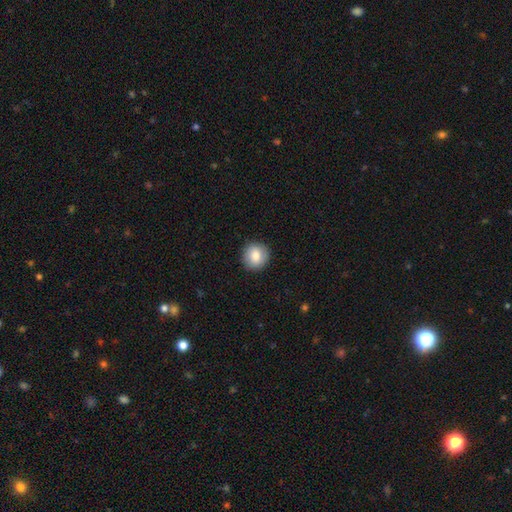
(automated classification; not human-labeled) smooth_or_featured: smooth (p=0.80) [alt: featured or disk p=0.12]
how_rounded: round (p=0.91) [alt: in between p=0.08]
merging: none (p=0.89) [alt: minor disturbance p=0.08]